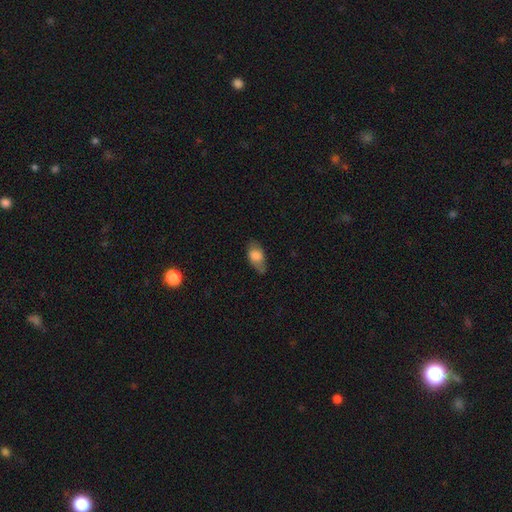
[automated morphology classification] Overall: smooth (71%). How rounded: in between (88%). Merging: none (59%; minor disturbance 29%).